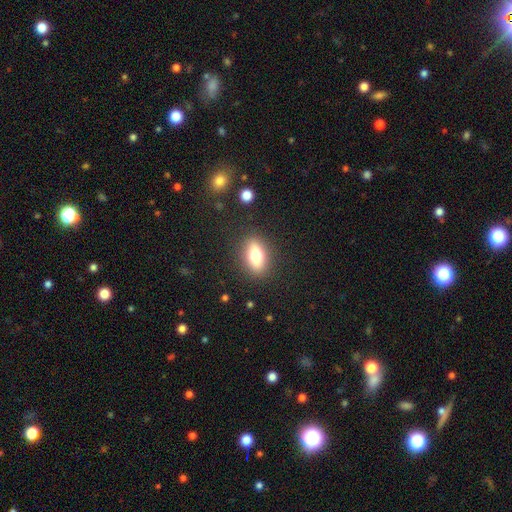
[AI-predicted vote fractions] This appears to be a smooth galaxy with no disk features (67%) that is in between round and cigar-shaped (77%). Merging: none (86%).